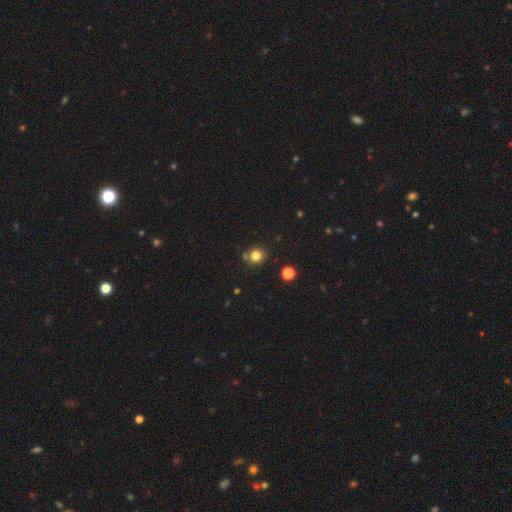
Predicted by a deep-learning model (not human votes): Smooth or featured?
  - smooth: 80% *
  - star or artifact: 14%
  - featured or disk: 6%
How rounded?
  - round: 84% *
  - in between: 15%
  - cigar-shaped: 1%
Merging?
  - none: 75% *
  - merger: 11%
  - minor disturbance: 11%
  - major disturbance: 3%